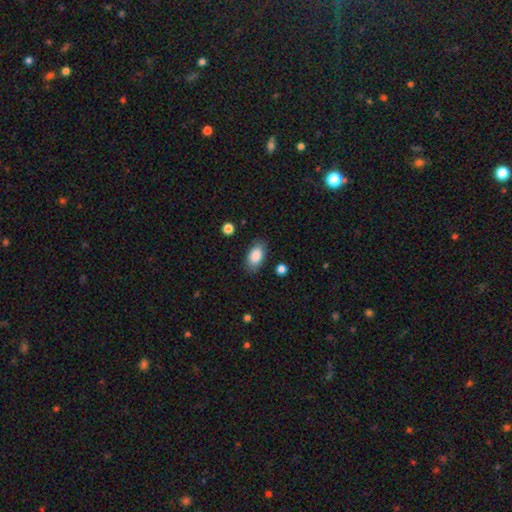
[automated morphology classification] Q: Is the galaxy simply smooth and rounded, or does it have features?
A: smooth — 87%.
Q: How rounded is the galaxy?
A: in between — 92%.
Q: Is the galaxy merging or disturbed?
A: none — 83%.